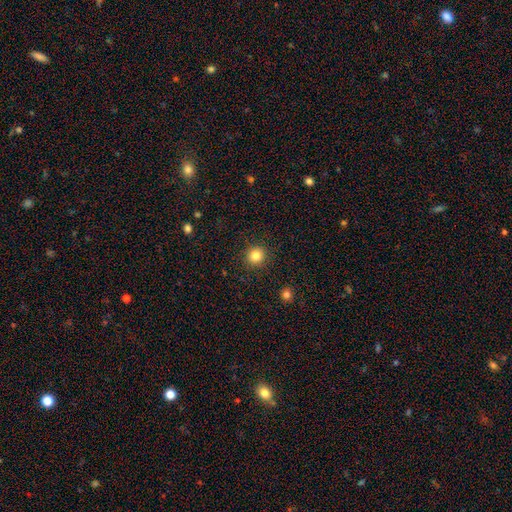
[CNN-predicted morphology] type=smooth (83%); roundness=round (92%); merging=none (91%).